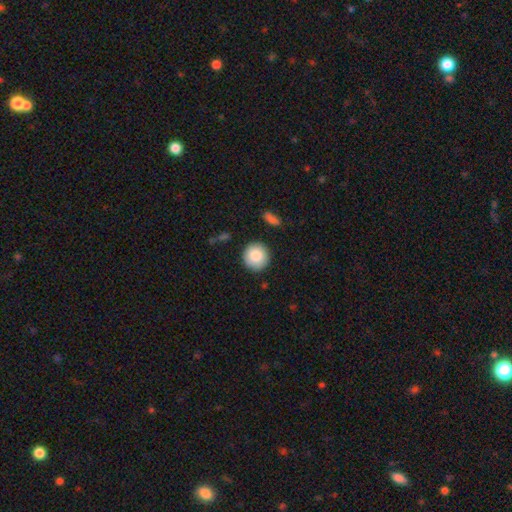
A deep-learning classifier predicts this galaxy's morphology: Overall: smooth (85%). How rounded: round (93%). Merging: none (89%).